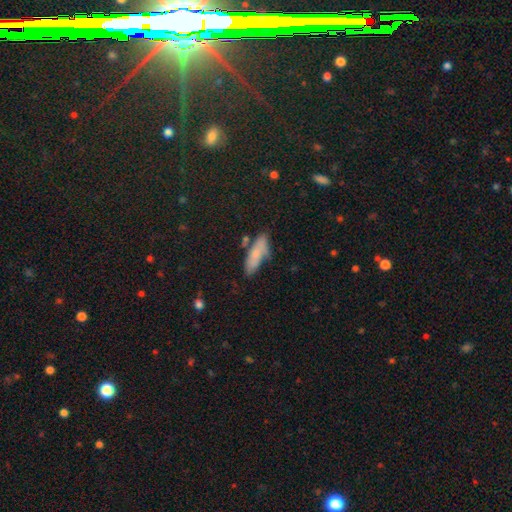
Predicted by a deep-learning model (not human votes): Smooth or featured: smooth — 76% (featured or disk — 16%)
How rounded: in between — 57% (cigar-shaped — 40%)
Merging: none — 58% (minor disturbance — 26%)